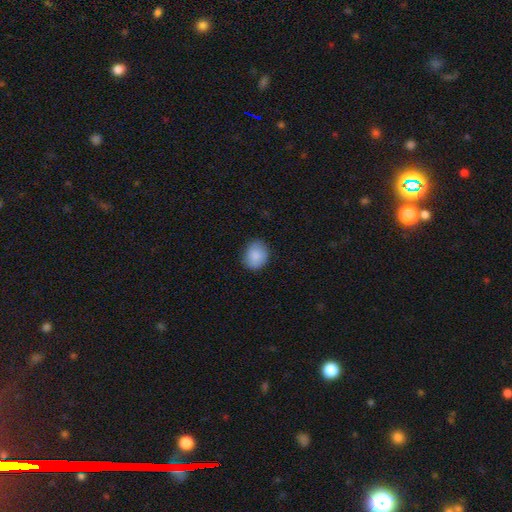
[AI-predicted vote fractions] smooth-or-featured: smooth: 87% | star or artifact: 7% | featured or disk: 5%
  how-rounded: round: 61% | in between: 38% | cigar-shaped: 1%
  merging: none: 85% | minor disturbance: 11% | major disturbance: 2% | merger: 1%